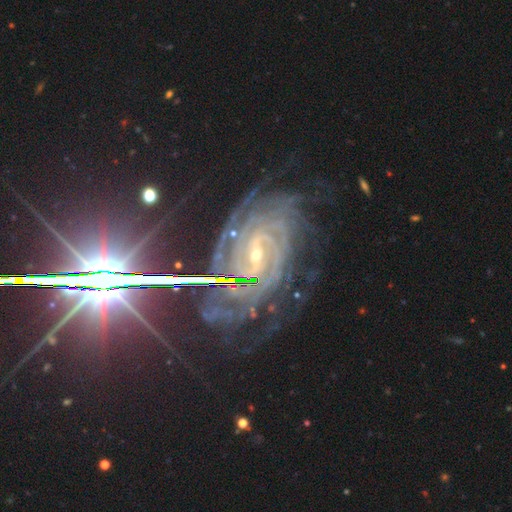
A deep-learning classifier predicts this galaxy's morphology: Overall: featured or disk (83%). Edge-on disk: no (96%). Bar: weak (41%; strong 39%). Spiral arms: yes (98%). Spiral arm count: can't tell (25%; 2 22%). Spiral winding: tight (75%). Bulge size: small (73%). Merging: none (72%).